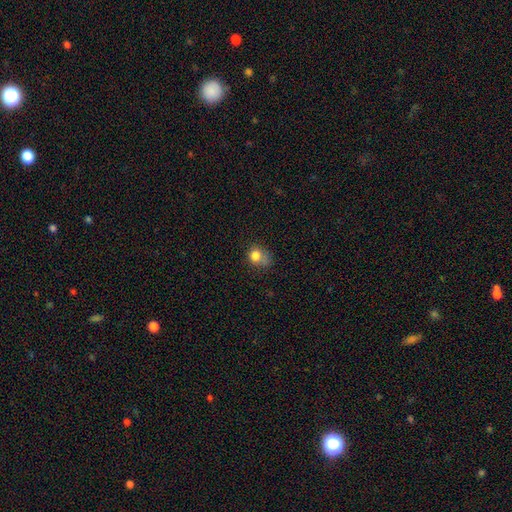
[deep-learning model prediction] smooth-or-featured: smooth: 80% | star or artifact: 11% | featured or disk: 9%
  how-rounded: round: 68% | in between: 31% | cigar-shaped: 1%
  merging: none: 41% | minor disturbance: 31% | major disturbance: 19% | merger: 9%